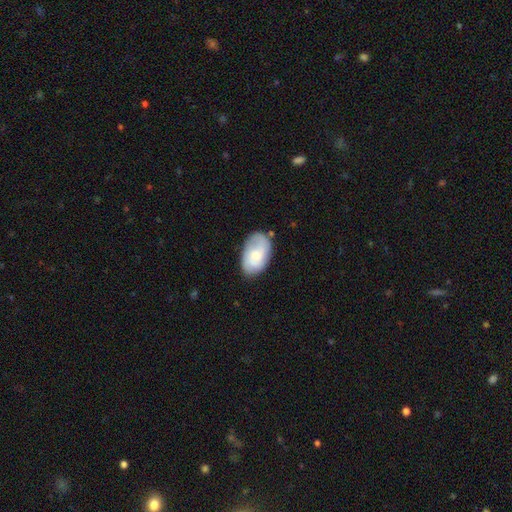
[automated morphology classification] Smooth or featured?
  - smooth: 58% *
  - featured or disk: 35%
  - star or artifact: 6%
How rounded?
  - in between: 92% *
  - round: 7%
  - cigar-shaped: 1%
Merging?
  - none: 70% *
  - minor disturbance: 22%
  - major disturbance: 6%
  - merger: 2%